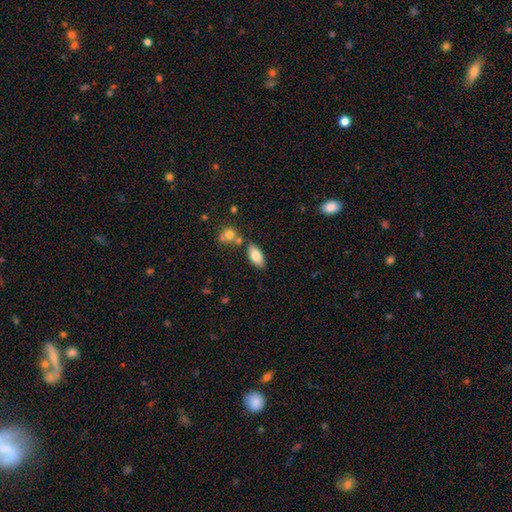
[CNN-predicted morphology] smooth_or_featured: smooth (p=0.81) [alt: featured or disk p=0.12]
how_rounded: in between (p=0.89) [alt: cigar-shaped p=0.08]
merging: none (p=0.75) [alt: minor disturbance p=0.12]